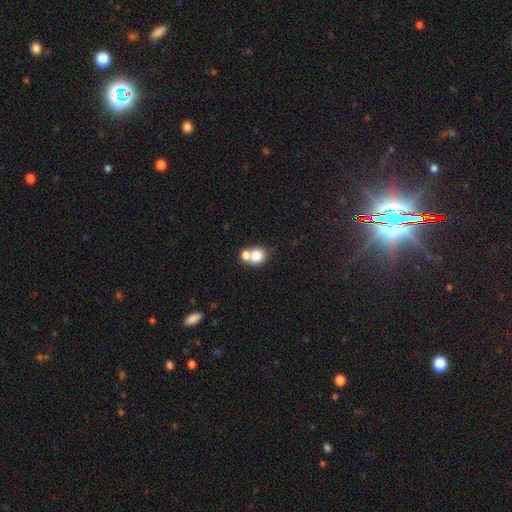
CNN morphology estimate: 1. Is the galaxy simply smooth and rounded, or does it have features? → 78% smooth, 12% featured or disk, 10% star or artifact.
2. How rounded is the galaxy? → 73% round, 26% in between, 1% cigar-shaped.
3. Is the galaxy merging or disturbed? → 53% merger, 37% none, 7% minor disturbance, 3% major disturbance.